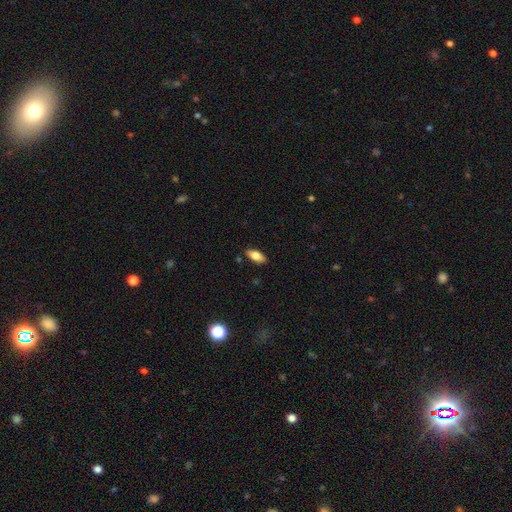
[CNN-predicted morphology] This appears to be a smooth galaxy with no disk features (78%) that is in between round and cigar-shaped (86%). Merging: none (86%).